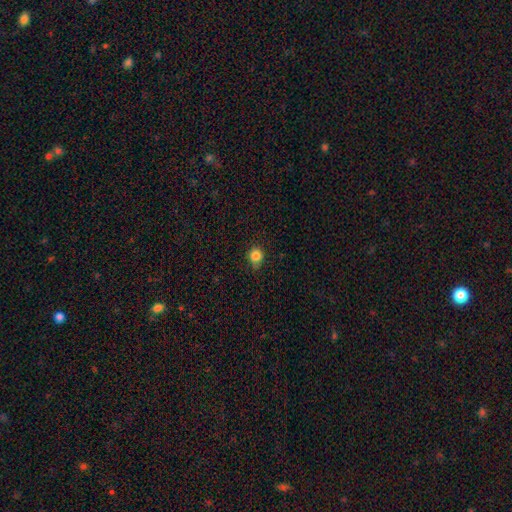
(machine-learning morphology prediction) A smooth galaxy with no disk features (84%) that is round (87%). Merging: none (77%).